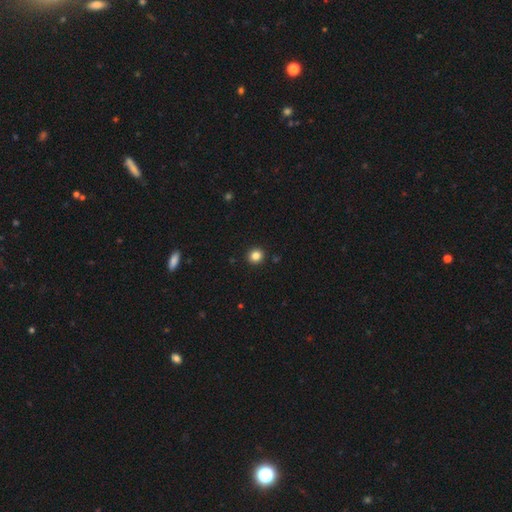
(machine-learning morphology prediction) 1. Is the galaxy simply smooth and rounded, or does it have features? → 84% smooth, 12% star or artifact, 4% featured or disk.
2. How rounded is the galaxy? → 89% round, 10% in between, 1% cigar-shaped.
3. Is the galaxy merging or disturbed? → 93% none, 5% minor disturbance, 2% major disturbance, 1% merger.